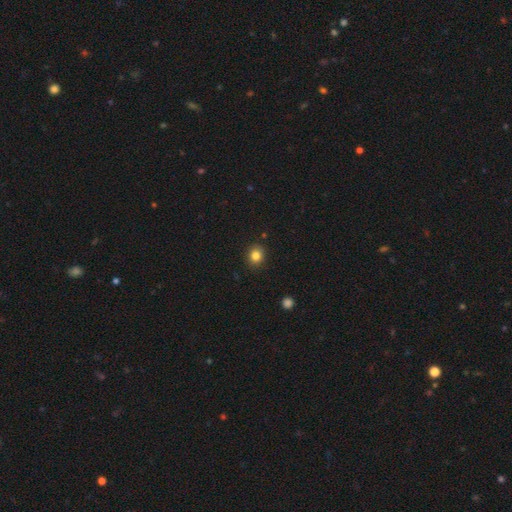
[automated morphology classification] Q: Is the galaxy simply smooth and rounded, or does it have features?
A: smooth — 83%.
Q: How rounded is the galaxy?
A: round — 76%.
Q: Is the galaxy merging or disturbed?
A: none — 90%.